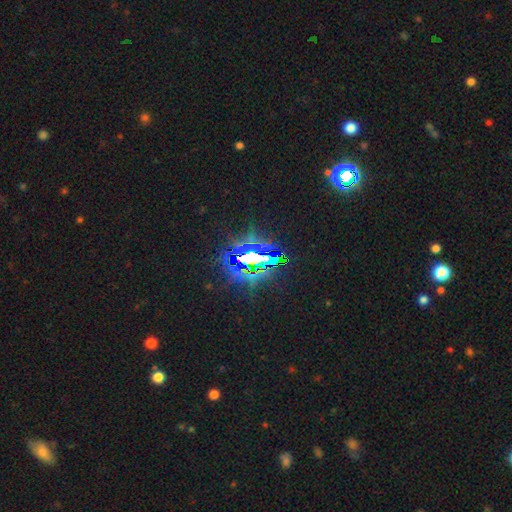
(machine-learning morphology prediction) This appears to be a star or artifact, not a galaxy (82%).